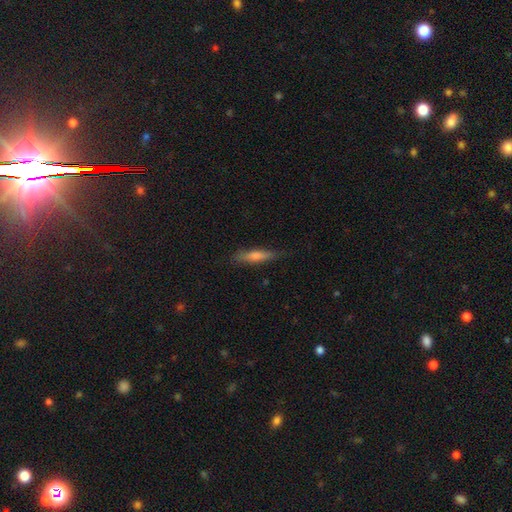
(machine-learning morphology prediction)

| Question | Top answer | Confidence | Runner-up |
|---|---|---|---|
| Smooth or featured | smooth | 59% | featured or disk (34%) |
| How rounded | cigar-shaped | 86% | in between (12%) |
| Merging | none | 83% | minor disturbance (13%) |